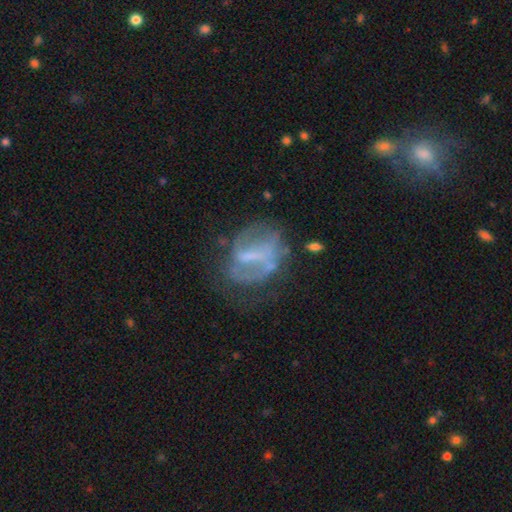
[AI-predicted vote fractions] Smooth or featured?
  - featured or disk: 68% *
  - smooth: 22%
  - star or artifact: 10%
Edge-on disk?
  - no: 96% *
  - yes: 4%
Bar?
  - weak: 39% *
  - strong: 38%
  - no: 23%
Spiral arms?
  - yes: 51% *
  - no: 49%
Bulge size?
  - none: 42% *
  - small: 32%
  - moderate: 21%
  - large: 3%
  - dominant: 1%
Merging?
  - none: 49% *
  - minor disturbance: 23%
  - major disturbance: 23%
  - merger: 5%